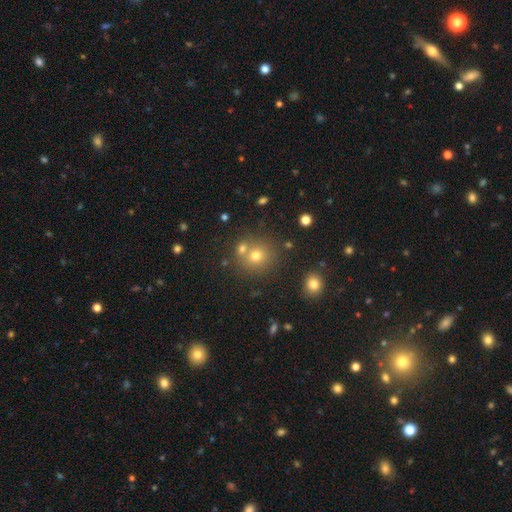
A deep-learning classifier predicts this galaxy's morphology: This is likely a smooth galaxy (70%). How rounded: clearly round (87%). Merging: likely none (64%).